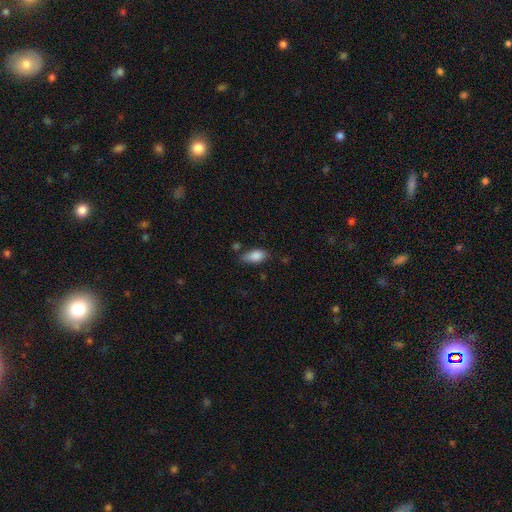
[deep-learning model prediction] Smooth or featured? smooth (86%)
How rounded? in between (90%)
Merging? none (64%)